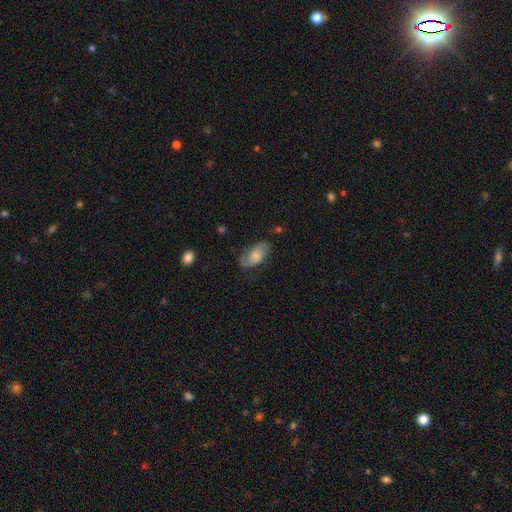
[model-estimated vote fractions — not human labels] Morphology: type=smooth (55%); roundness=in between (92%); merging=none (59%).